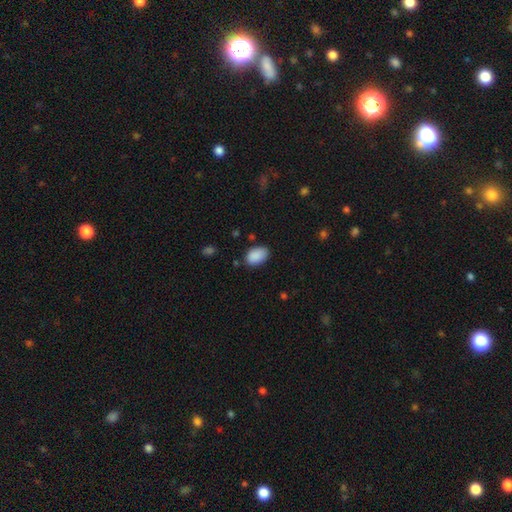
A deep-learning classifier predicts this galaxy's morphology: Q: Smooth or featured?
A: smooth (89%); runner-up: star or artifact (7%)
Q: How rounded?
A: in between (88%); runner-up: round (11%)
Q: Merging?
A: none (79%); runner-up: minor disturbance (16%)